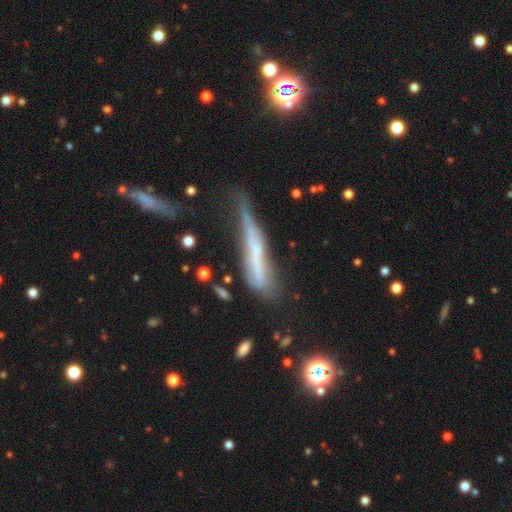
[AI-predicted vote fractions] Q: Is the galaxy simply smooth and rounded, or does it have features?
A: featured or disk — 48%.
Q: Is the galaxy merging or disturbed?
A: minor disturbance — 35%.